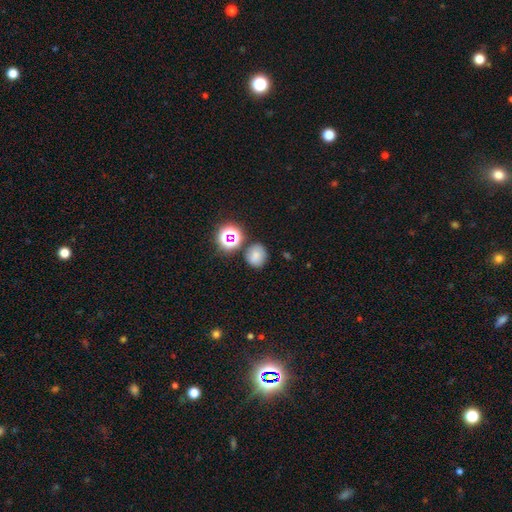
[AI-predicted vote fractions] Morphology: type=smooth (71%); roundness=round (72%); merging=none (75%).